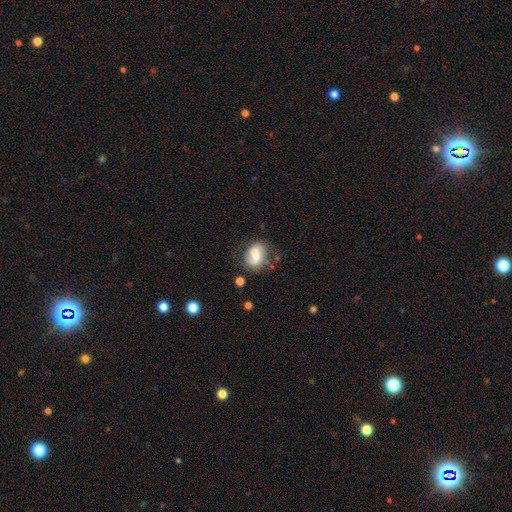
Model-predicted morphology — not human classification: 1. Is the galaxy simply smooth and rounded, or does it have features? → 50% smooth, 42% featured or disk, 9% star or artifact.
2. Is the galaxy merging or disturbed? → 56% none, 23% minor disturbance, 12% merger, 9% major disturbance.